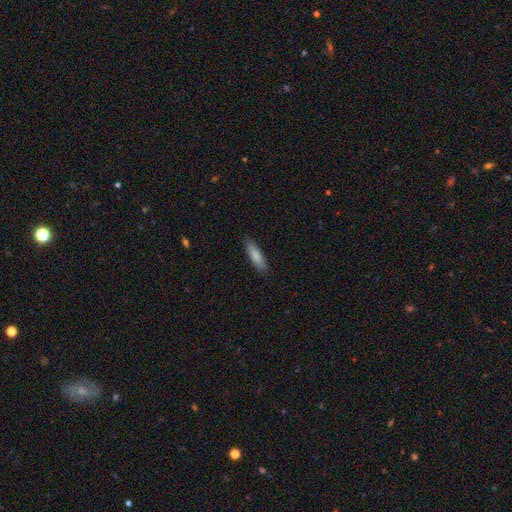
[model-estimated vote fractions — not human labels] A smooth galaxy with no disk features (84%) that is cigar-shaped (70%). Merging: none (89%).